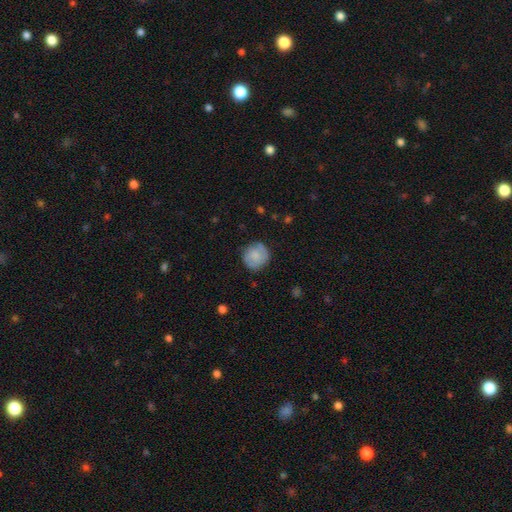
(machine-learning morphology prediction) This appears to be a smooth galaxy with no disk features (74%) that is round (88%). Merging: none (80%).